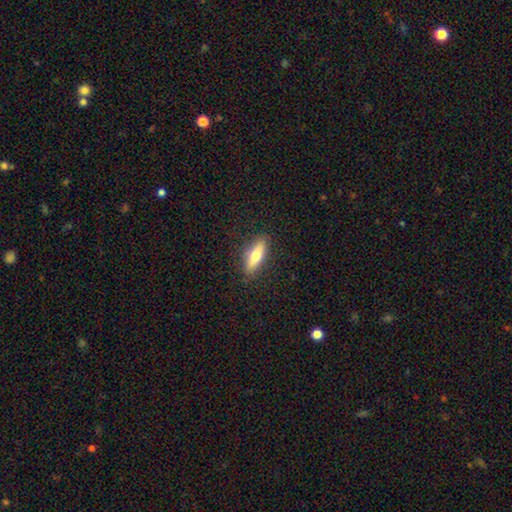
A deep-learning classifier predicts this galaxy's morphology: Overall: smooth (63%; featured or disk 30%). How rounded: cigar-shaped (53%; in between 44%). Merging: none (87%).